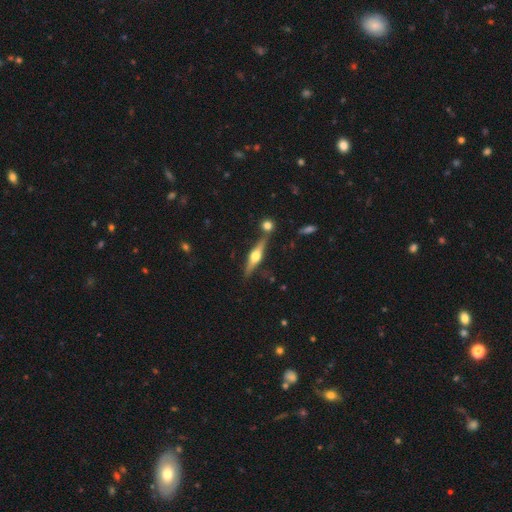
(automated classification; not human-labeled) This appears to be a featured or disk galaxy (73%) viewed edge-on (97%) with a rounded central bulge (94%). Merging: none (79%).